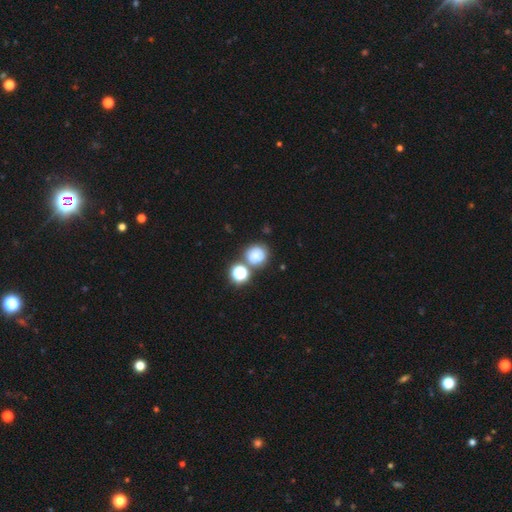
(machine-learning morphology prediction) Overall: smooth (68%). How rounded: round (87%). Merging: none (61%).